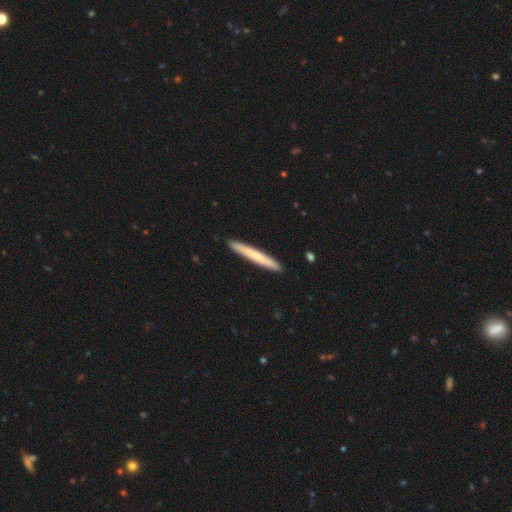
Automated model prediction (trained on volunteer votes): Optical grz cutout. It shows a smooth galaxy with no disk features (68%) that is cigar-shaped (97%). Merging: none (92%).